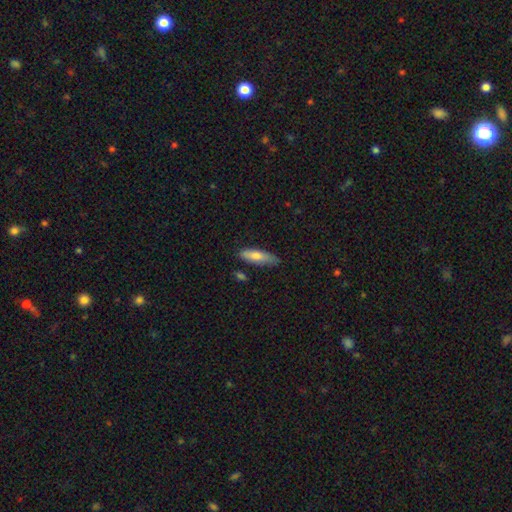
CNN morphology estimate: Smooth or featured? Predicted: smooth (p=0.73). How rounded? Predicted: cigar-shaped (p=0.61). Merging? Predicted: none (p=0.76).